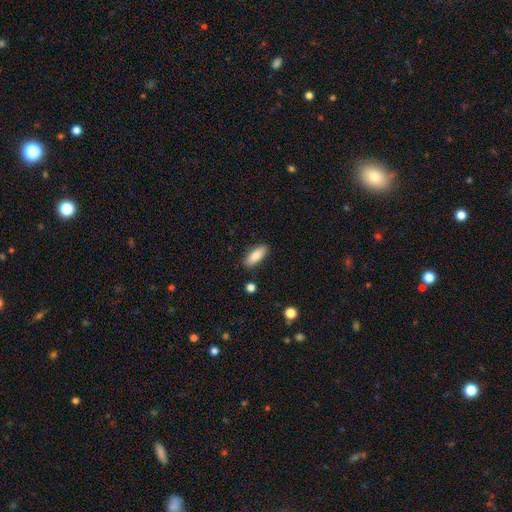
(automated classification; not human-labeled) The model was most divided on "how rounded": in between: 78%, cigar-shaped: 20%, round: 2%. More confident: merging — none (86%); smooth or featured — smooth (84%).